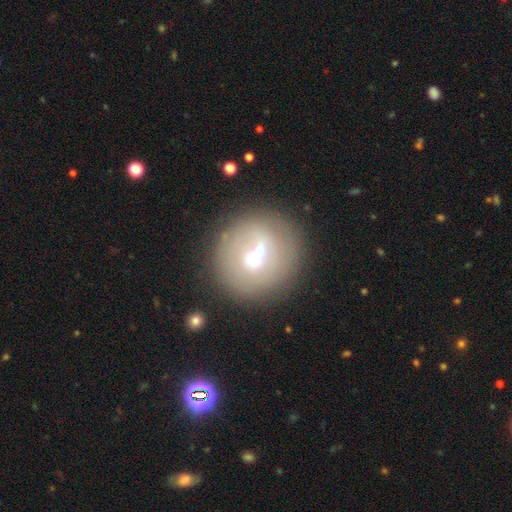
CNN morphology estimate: featured or disk 48%, smooth 42%, star or artifact 10%. Down the decision tree: merging — none (71%).